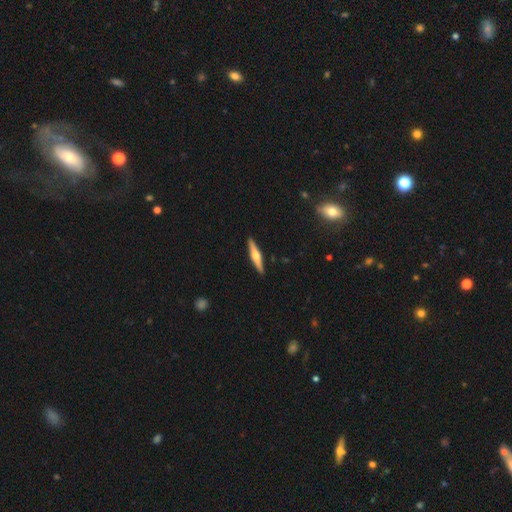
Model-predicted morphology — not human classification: This appears to be a featured or disk galaxy (62%) viewed edge-on (97%) with a rounded central bulge (92%). Merging: none (91%).